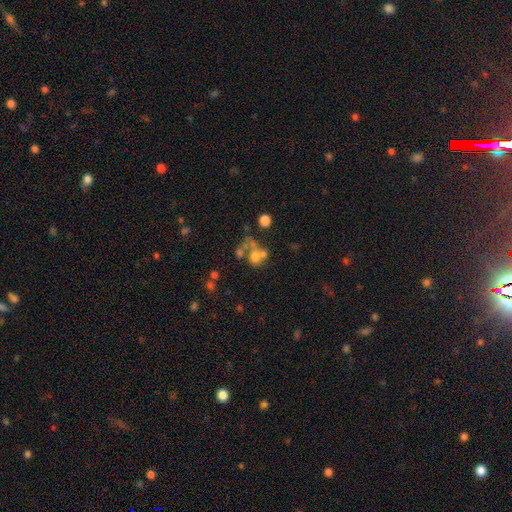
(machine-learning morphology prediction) Smooth or featured? smooth (55%)
How rounded? round (69%)
Merging? merger (48%)